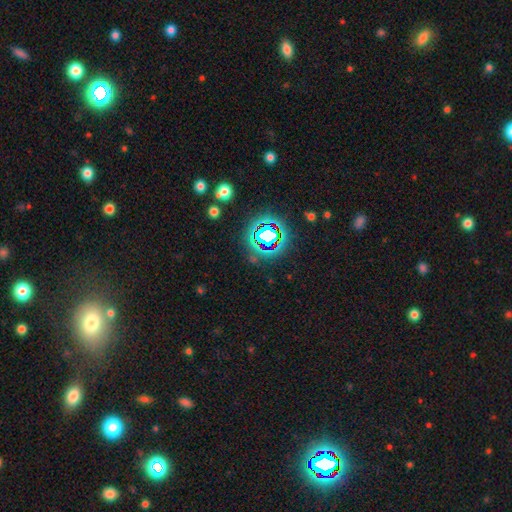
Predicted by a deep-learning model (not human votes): A star or artifact, not a galaxy (78%).

Vote fractions:
- Smooth or featured? star or artifact: 78% / smooth: 13% / featured or disk: 9%